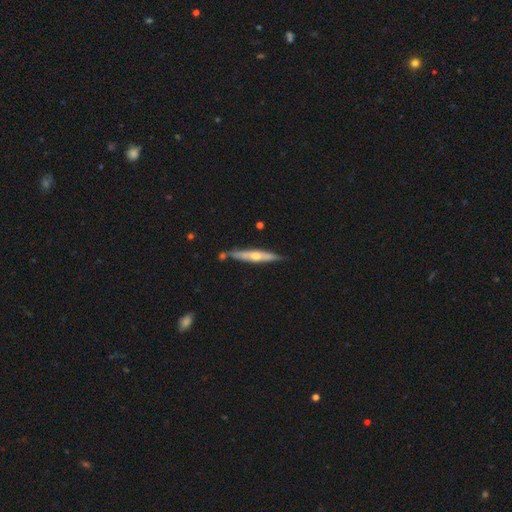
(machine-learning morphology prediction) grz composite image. It shows a featured or disk galaxy (65%) viewed edge-on (92%) with a rounded central bulge (85%). Merging: none (80%).